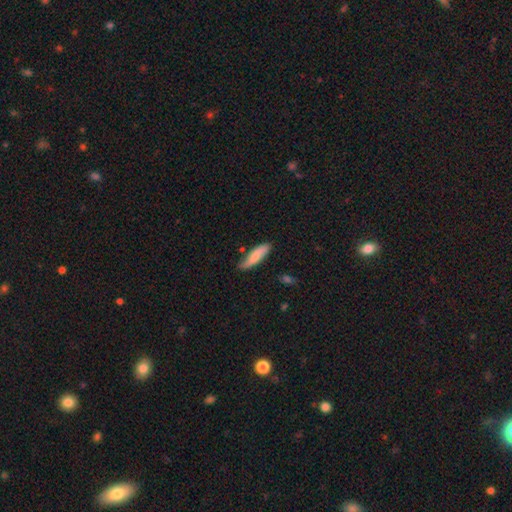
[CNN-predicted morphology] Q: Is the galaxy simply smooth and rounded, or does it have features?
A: smooth — 74%.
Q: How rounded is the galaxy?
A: cigar-shaped — 61%.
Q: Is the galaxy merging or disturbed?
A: none — 69%.